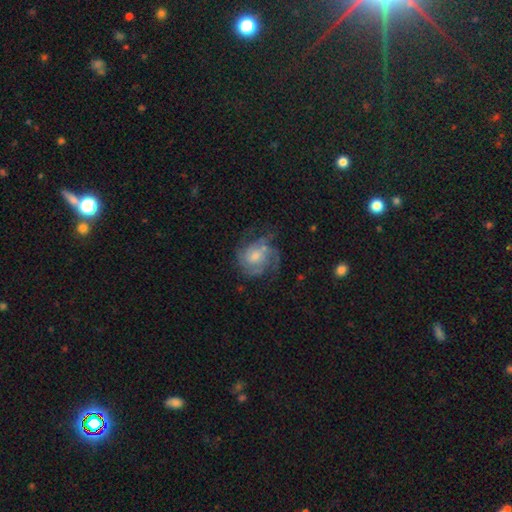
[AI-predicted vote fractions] Smooth or featured?
  - featured or disk: 73% *
  - smooth: 19%
  - star or artifact: 7%
Edge-on disk?
  - no: 98% *
  - yes: 2%
Bar?
  - no: 69% *
  - weak: 27%
  - strong: 4%
Spiral arms?
  - yes: 89% *
  - no: 11%
Spiral winding?
  - tight: 47% *
  - medium: 39%
  - loose: 14%
Spiral arm count?
  - can't tell: 31% *
  - 3: 28%
  - 2: 20%
  - 4: 11%
  - 1: 6%
  - more than 4: 5%
Bulge size?
  - moderate: 45% *
  - small: 39%
  - large: 8%
  - none: 7%
  - dominant: 1%
Merging?
  - none: 55% *
  - minor disturbance: 22%
  - major disturbance: 19%
  - merger: 4%